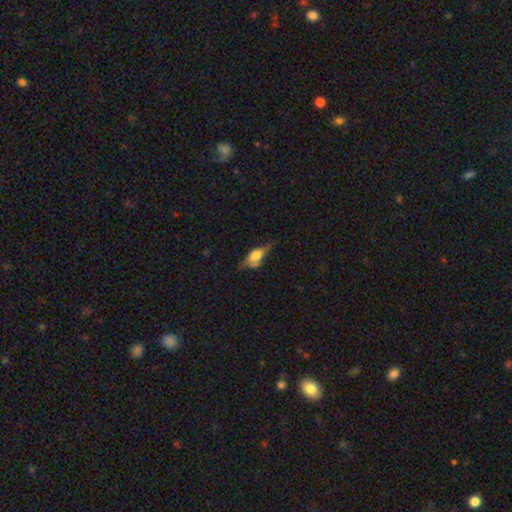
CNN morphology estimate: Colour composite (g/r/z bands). It shows a smooth galaxy with no disk features (58%) that is in between round and cigar-shaped (77%). Merging: minor disturbance (32%, tied with none).